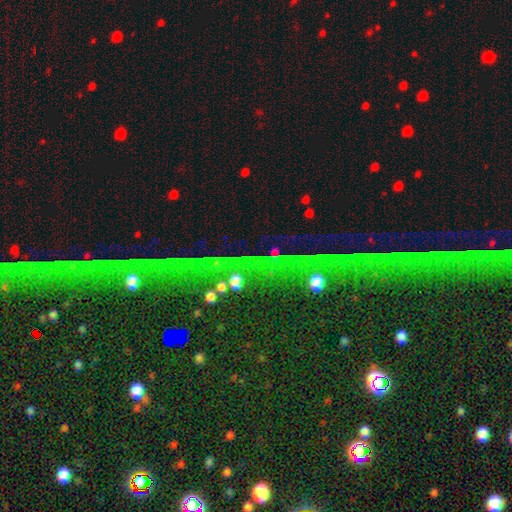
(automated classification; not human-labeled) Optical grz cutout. It shows a star or artifact, not a galaxy (82%).